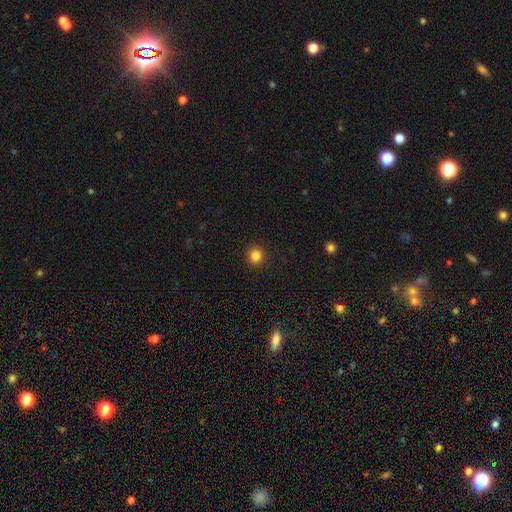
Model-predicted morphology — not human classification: Smooth or featured: smooth — 84% (star or artifact — 12%)
How rounded: round — 91% (in between — 8%)
Merging: none — 92% (minor disturbance — 5%)